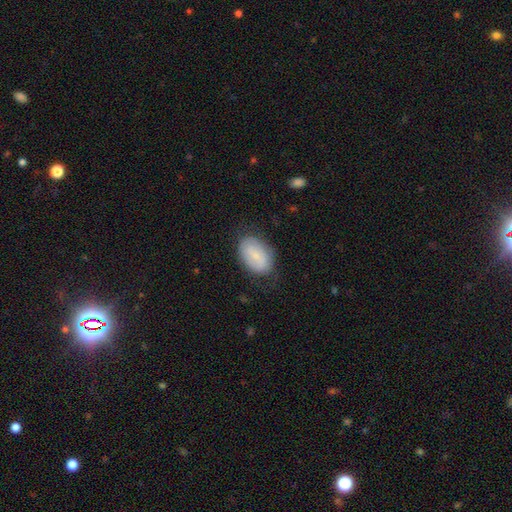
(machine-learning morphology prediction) A smooth galaxy with no disk features (68%) that is in between round and cigar-shaped (90%). Merging: none (72%).